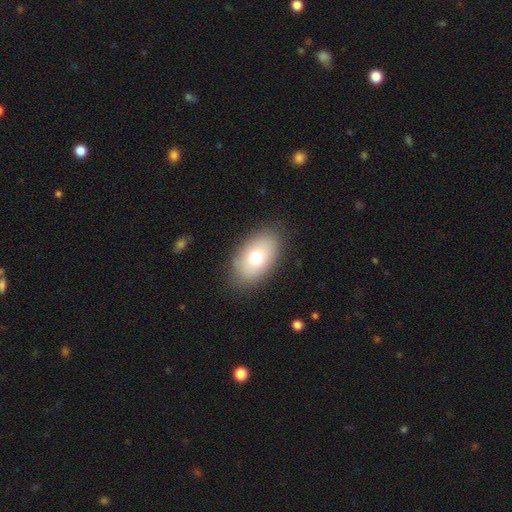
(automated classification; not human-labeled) Overall: smooth (71%). How rounded: in between (90%). Merging: none (87%).